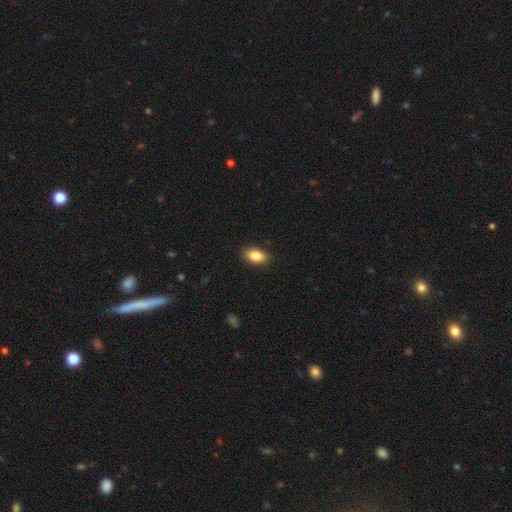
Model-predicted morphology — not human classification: The model was most divided on "smooth or featured": smooth: 86%, star or artifact: 8%, featured or disk: 7%. More confident: how rounded — in between (91%); merging — none (88%).